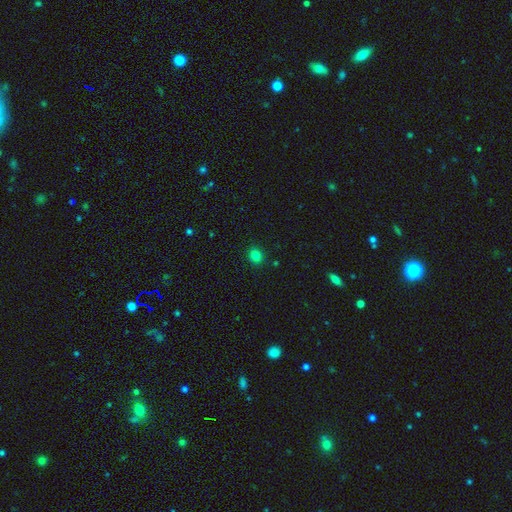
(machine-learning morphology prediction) The model was most divided on "how rounded": round: 65%, in between: 34%, cigar-shaped: 1%. More confident: merging — none (89%); smooth or featured — smooth (81%).